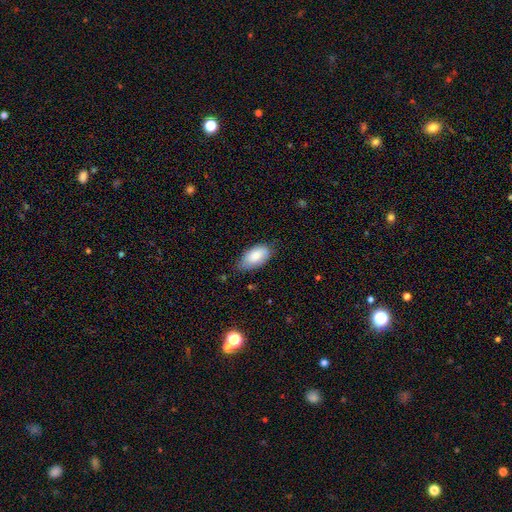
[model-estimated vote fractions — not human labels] A smooth galaxy with no disk features (81%) that is in between round and cigar-shaped (94%). Merging: none (69%).